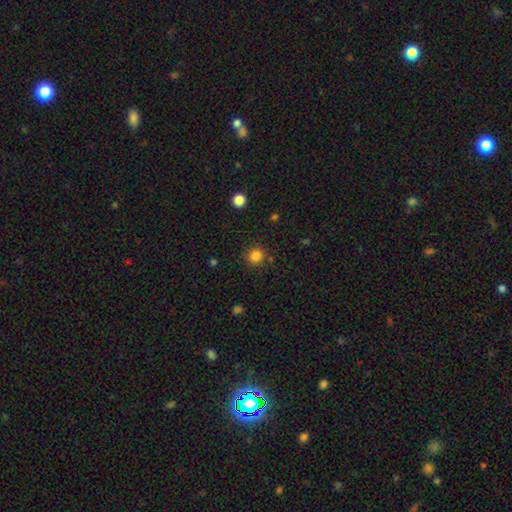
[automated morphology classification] Smooth or featured?
  - smooth: 83% *
  - star or artifact: 13%
  - featured or disk: 4%
How rounded?
  - round: 92% *
  - in between: 7%
  - cigar-shaped: 1%
Merging?
  - none: 88% *
  - minor disturbance: 7%
  - major disturbance: 3%
  - merger: 2%